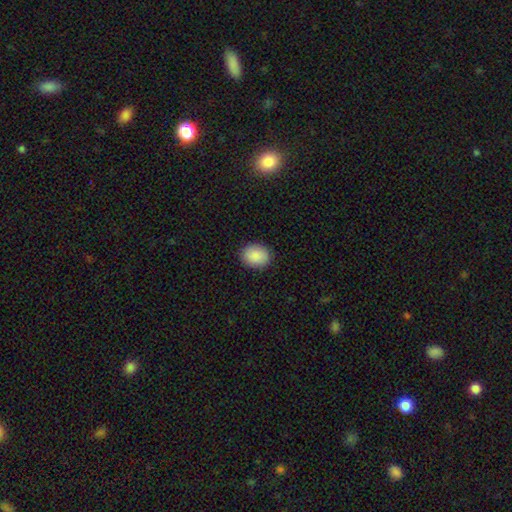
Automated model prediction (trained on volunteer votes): smooth 89%, star or artifact 7%, featured or disk 4%. Down the decision tree: how rounded — round (52%); merging — none (89%).